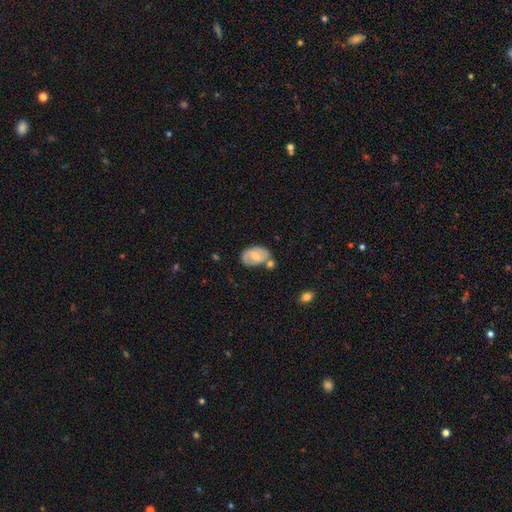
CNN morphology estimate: A featured or disk galaxy (52%). Merging: none (53%).